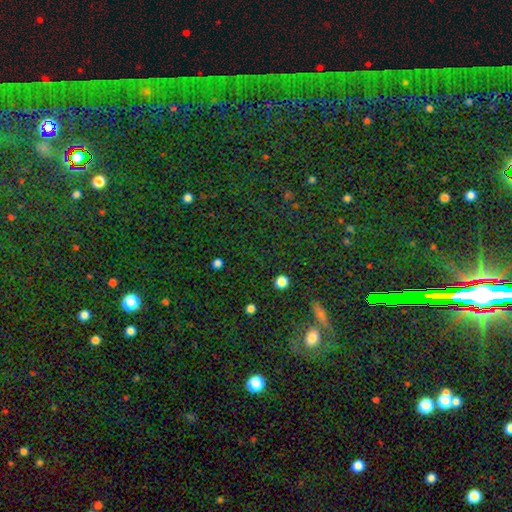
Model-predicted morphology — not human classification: Smooth or featured?
  - star or artifact: 65% *
  - smooth: 24%
  - featured or disk: 11%